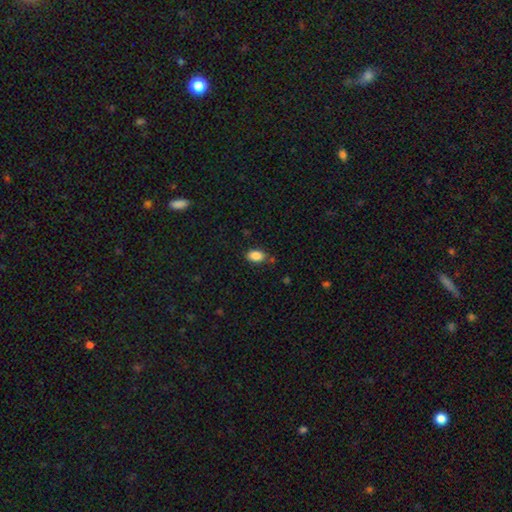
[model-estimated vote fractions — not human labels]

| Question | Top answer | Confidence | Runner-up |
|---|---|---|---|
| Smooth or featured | smooth | 87% | star or artifact (9%) |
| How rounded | in between | 89% | round (9%) |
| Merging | none | 79% | minor disturbance (14%) |